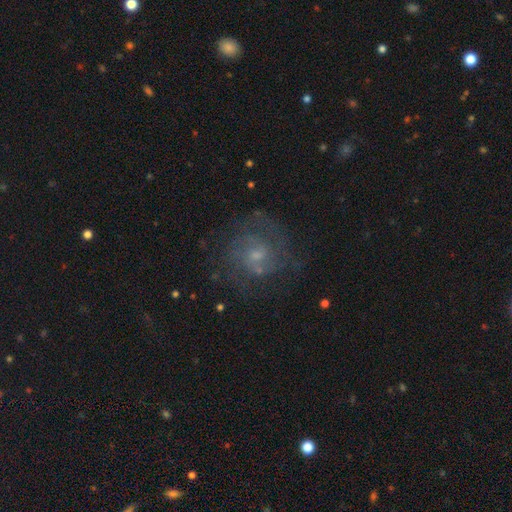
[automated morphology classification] Q: Smooth or featured?
A: featured or disk (66%); runner-up: smooth (20%)
Q: Edge-on disk?
A: no (97%); runner-up: yes (3%)
Q: Bar?
A: no (64%); runner-up: weak (32%)
Q: Spiral arms?
A: yes (83%); runner-up: no (17%)
Q: Spiral winding?
A: medium (43%); runner-up: tight (41%)
Q: Spiral arm count?
A: 2 (38%); runner-up: can't tell (36%)
Q: Bulge size?
A: small (58%); runner-up: moderate (31%)
Q: Merging?
A: none (69%); runner-up: minor disturbance (16%)